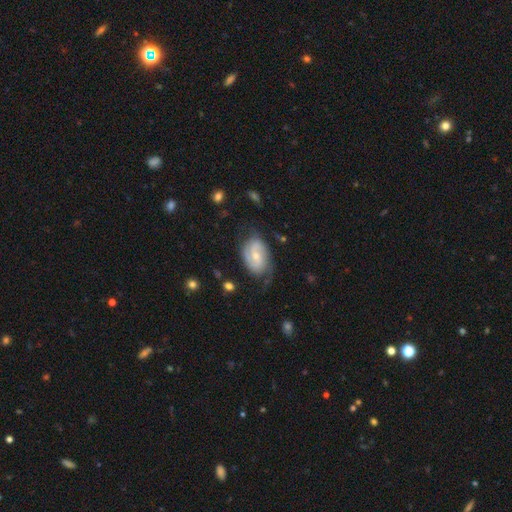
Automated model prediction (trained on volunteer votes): This appears to be a featured or disk galaxy (73%) with a weak bar (46%), 2 (71%) medium (41%) spiral arms (92%) and a moderate central bulge (47%, tied with small). Merging: none (60%).